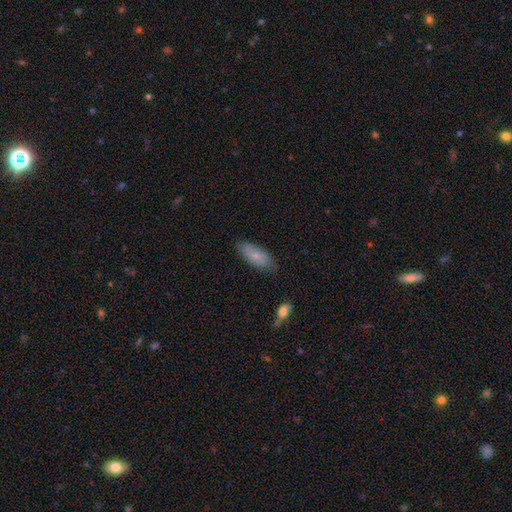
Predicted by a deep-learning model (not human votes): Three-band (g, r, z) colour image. It shows a smooth galaxy with no disk features (71%) that is in between round and cigar-shaped (81%). Merging: none (76%).